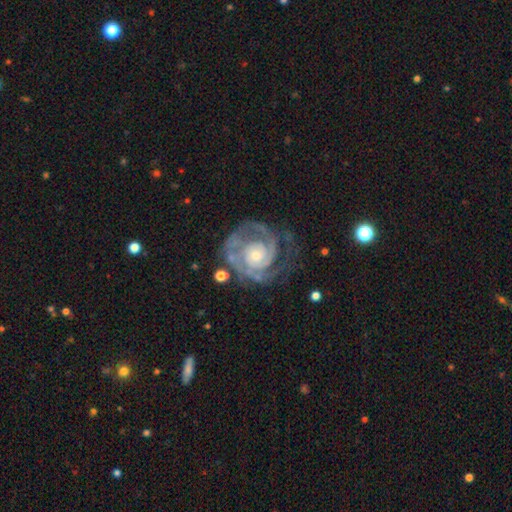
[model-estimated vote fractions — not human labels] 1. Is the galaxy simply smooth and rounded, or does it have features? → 91% featured or disk, 5% smooth, 4% star or artifact.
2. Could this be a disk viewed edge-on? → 98% no, 2% yes.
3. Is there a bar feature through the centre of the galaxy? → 76% no, 19% weak, 6% strong.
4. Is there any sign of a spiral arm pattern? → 97% yes, 3% no.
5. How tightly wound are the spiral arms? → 72% tight, 23% medium, 4% loose.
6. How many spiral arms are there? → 42% 2, 23% 3, 17% can't tell, 6% 4, 6% 1, 5% more than 4.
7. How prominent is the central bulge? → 64% small, 30% moderate, 3% large, 2% none, 1% dominant.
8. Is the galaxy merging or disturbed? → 66% none, 19% minor disturbance, 12% major disturbance, 3% merger.